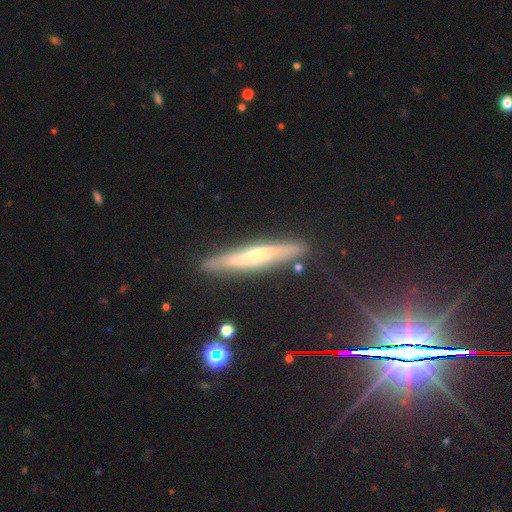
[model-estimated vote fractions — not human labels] The model was most divided on "smooth or featured": featured or disk: 56%, smooth: 34%, star or artifact: 10%. More confident: edge-on disk — yes (86%); merging — none (85%).